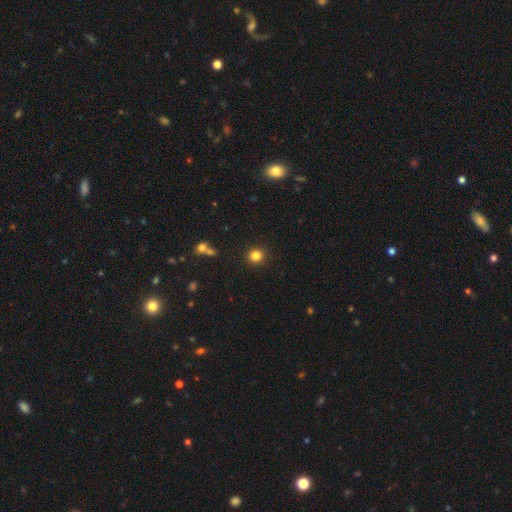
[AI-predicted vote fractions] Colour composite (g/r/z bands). It shows a smooth galaxy with no disk features (83%) that is round (93%). Merging: none (91%).